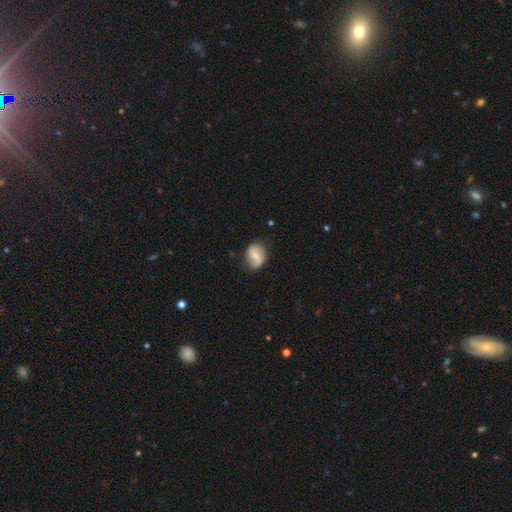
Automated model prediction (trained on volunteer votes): The model was most divided on "how rounded": in between: 55%, round: 43%, cigar-shaped: 1%. More confident: merging — none (67%); smooth or featured — smooth (55%).